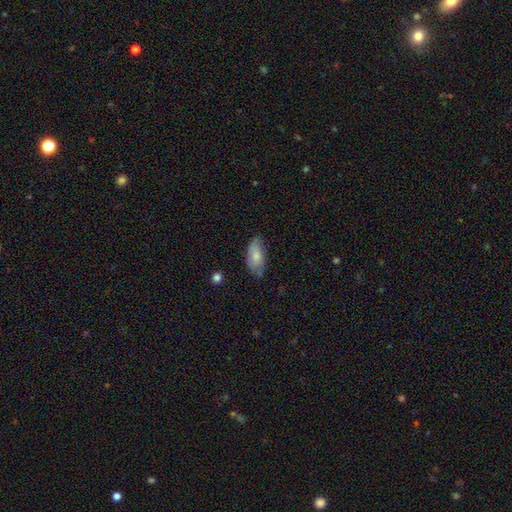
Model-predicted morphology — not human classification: smooth-or-featured: smooth: 77% | featured or disk: 17% | star or artifact: 6%
  how-rounded: in between: 90% | cigar-shaped: 7% | round: 3%
  merging: none: 64% | minor disturbance: 28% | major disturbance: 5% | merger: 3%